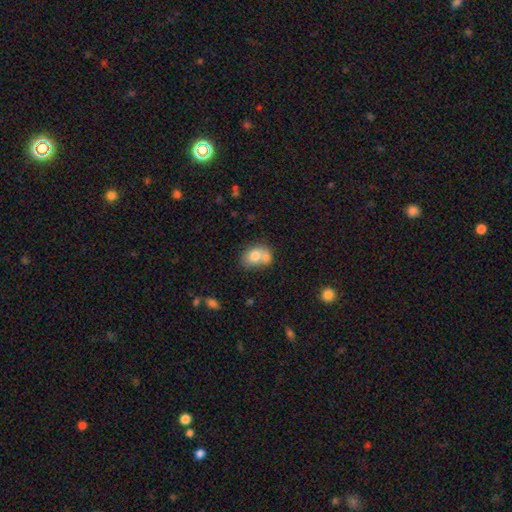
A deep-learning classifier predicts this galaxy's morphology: smooth 73%, featured or disk 18%, star or artifact 9%. Down the decision tree: how rounded — in between (60%); merging — merger (47%).